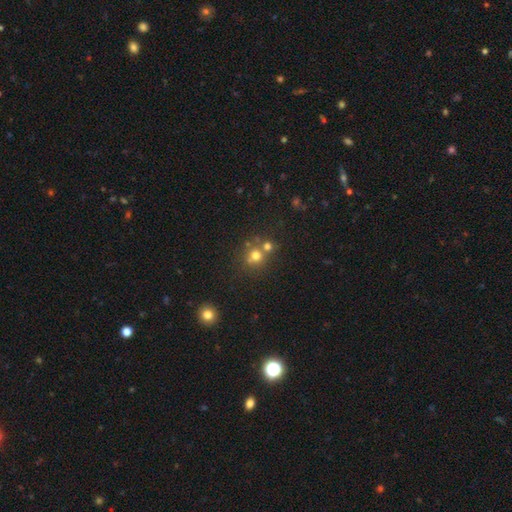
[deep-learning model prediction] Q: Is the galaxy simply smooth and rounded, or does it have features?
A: smooth — 70%.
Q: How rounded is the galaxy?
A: round — 86%.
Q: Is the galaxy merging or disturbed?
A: none — 55%.